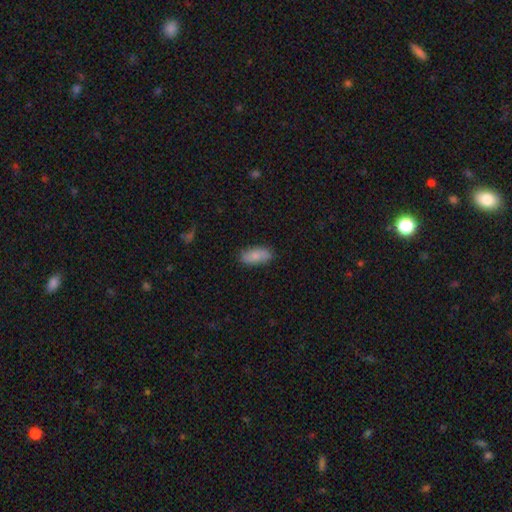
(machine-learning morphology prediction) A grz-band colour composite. It shows a smooth galaxy with no disk features (83%) that is in between round and cigar-shaped (88%). Merging: none (84%).